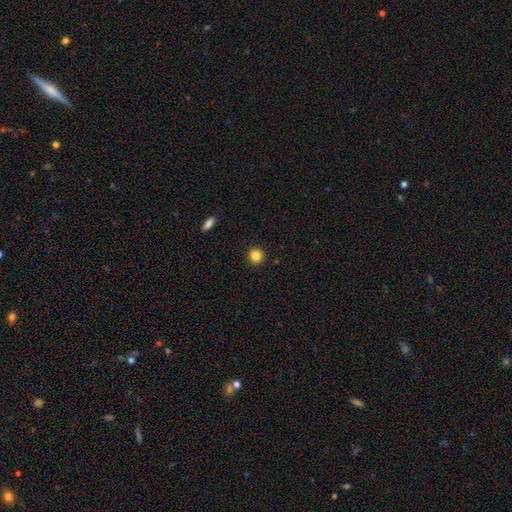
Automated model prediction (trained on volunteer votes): Overall: smooth (85%). How rounded: round (92%). Merging: none (92%).